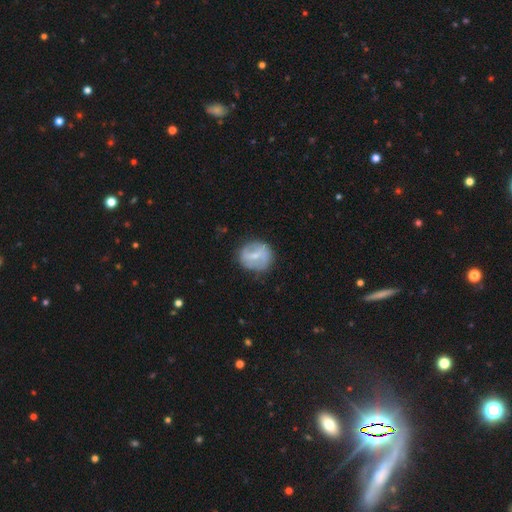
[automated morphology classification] Smooth or featured? Predicted: featured or disk (p=0.55). Edge-on disk? Predicted: no (p=0.96). Bar? Predicted: weak (p=0.48). Spiral arms? Predicted: yes (p=0.54). Bulge size? Predicted: small (p=0.53). Merging? Predicted: none (p=0.77).